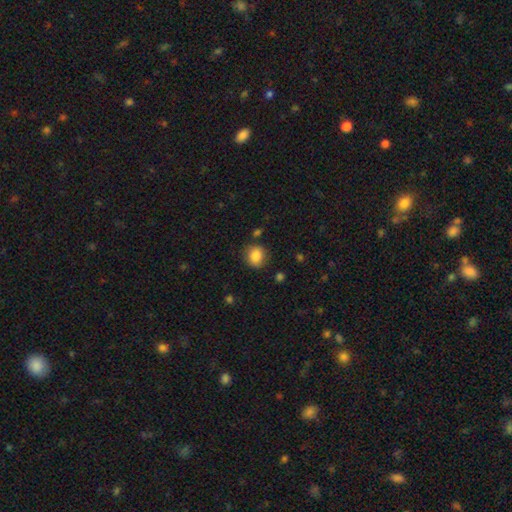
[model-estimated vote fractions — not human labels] Smooth or featured?
  - smooth: 85% *
  - star or artifact: 9%
  - featured or disk: 6%
How rounded?
  - round: 76% *
  - in between: 23%
  - cigar-shaped: 1%
Merging?
  - none: 80% *
  - minor disturbance: 13%
  - major disturbance: 4%
  - merger: 3%